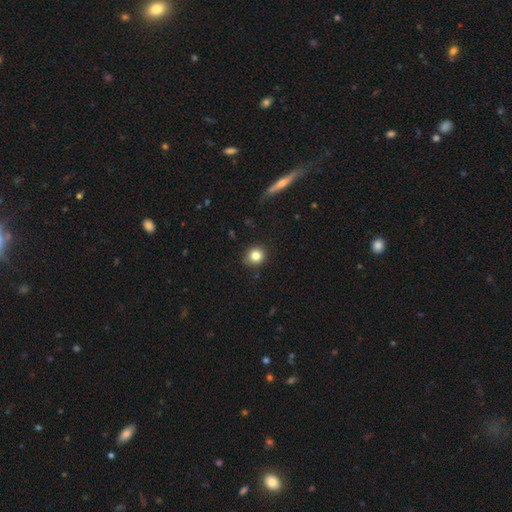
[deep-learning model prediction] smooth_or_featured: smooth (p=0.82) [alt: star or artifact p=0.11]
how_rounded: round (p=0.86) [alt: in between p=0.13]
merging: none (p=0.85) [alt: minor disturbance p=0.11]